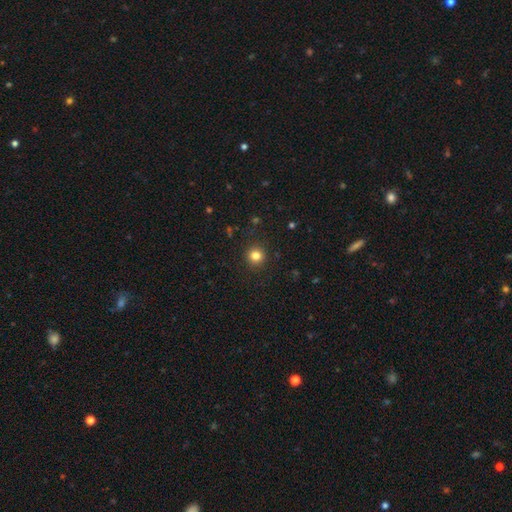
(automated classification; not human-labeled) smooth-or-featured: smooth: 82% | star or artifact: 13% | featured or disk: 5%
  how-rounded: round: 94% | in between: 5% | cigar-shaped: 1%
  merging: none: 91% | minor disturbance: 6% | major disturbance: 2% | merger: 1%